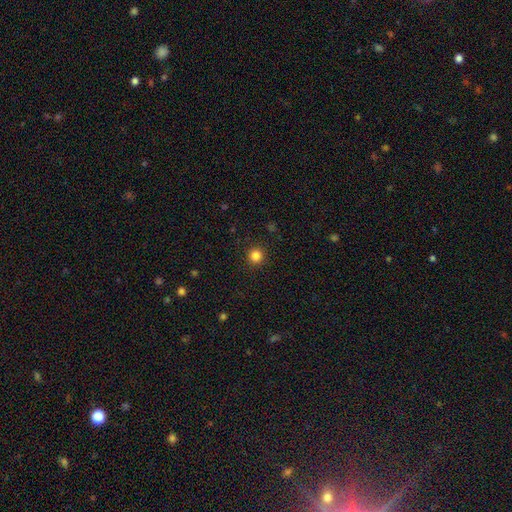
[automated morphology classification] type=smooth (84%); roundness=round (95%); merging=none (92%).